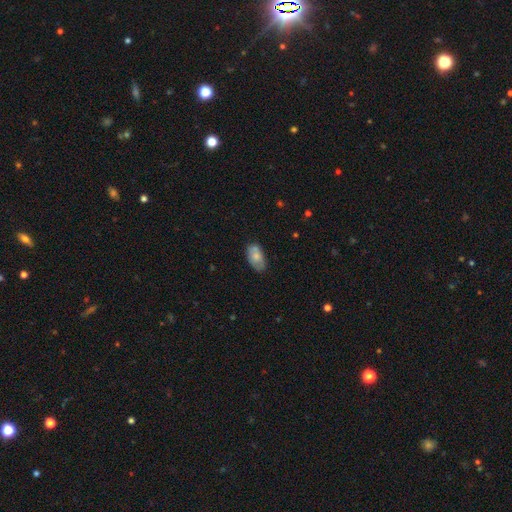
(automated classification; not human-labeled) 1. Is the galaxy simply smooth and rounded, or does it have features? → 70% smooth, 24% featured or disk, 7% star or artifact.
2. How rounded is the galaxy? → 93% in between, 4% round, 3% cigar-shaped.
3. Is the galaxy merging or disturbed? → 67% none, 24% minor disturbance, 5% major disturbance, 5% merger.